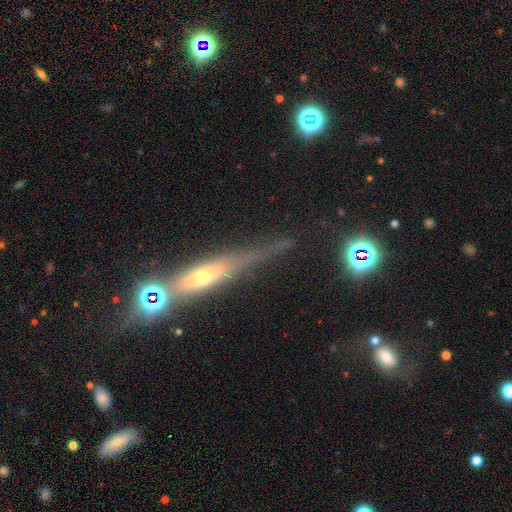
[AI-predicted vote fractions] Q: Smooth or featured?
A: featured or disk (69%); runner-up: smooth (19%)
Q: Edge-on disk?
A: yes (91%); runner-up: no (9%)
Q: Edge-on bulge?
A: rounded (81%); runner-up: none (13%)
Q: Merging?
A: none (60%); runner-up: minor disturbance (17%)